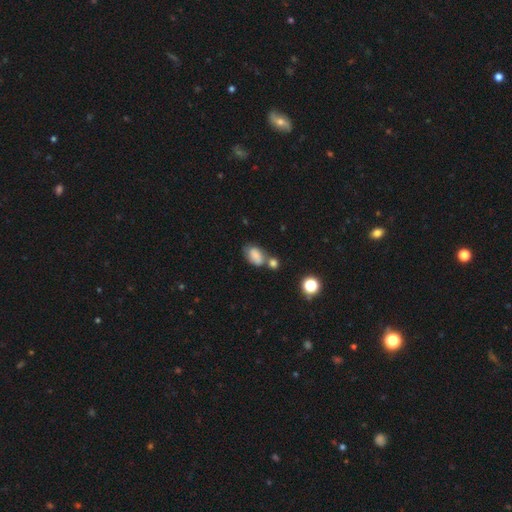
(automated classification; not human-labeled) smooth_or_featured: smooth (p=0.72) [alt: featured or disk p=0.17]
how_rounded: in between (p=0.85) [alt: round p=0.14]
merging: none (p=0.39) [alt: merger p=0.35]